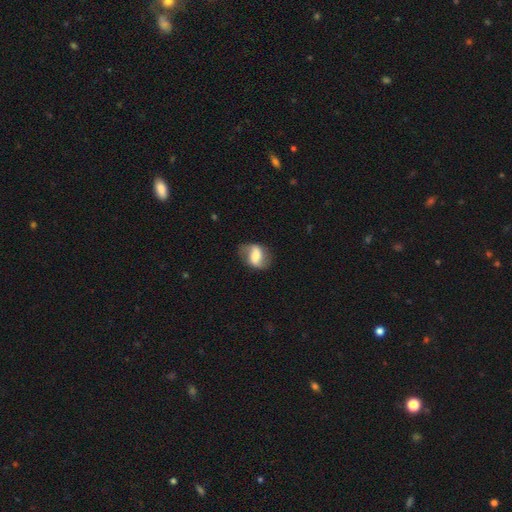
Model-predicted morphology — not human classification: smooth_or_featured: featured or disk (p=0.58) [alt: smooth p=0.35]
disk_edge_on: no (p=0.94) [alt: yes p=0.06]
bar: strong (p=0.42) [alt: weak p=0.37]
has_spiral_arms: yes (p=0.80) [alt: no p=0.20]
bulge_size: moderate (p=0.45) [alt: small p=0.26]
merging: none (p=0.73) [alt: minor disturbance p=0.18]